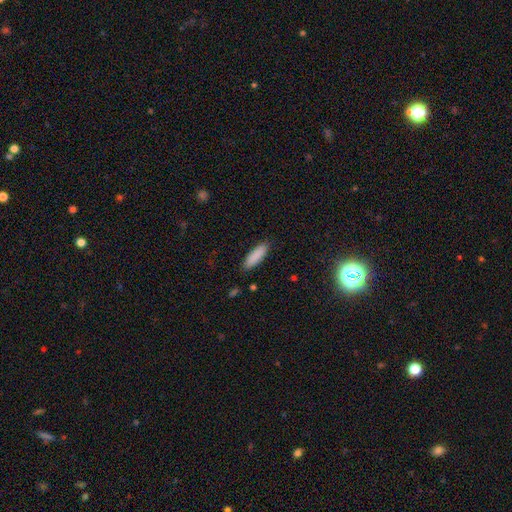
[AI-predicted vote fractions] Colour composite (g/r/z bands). It shows a smooth galaxy with no disk features (88%) that is cigar-shaped (51%). Merging: none (87%).